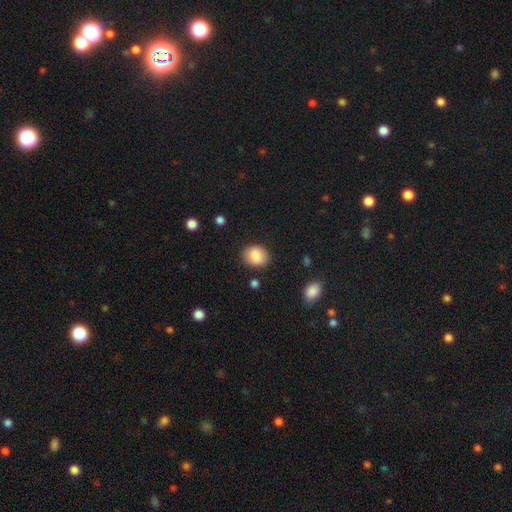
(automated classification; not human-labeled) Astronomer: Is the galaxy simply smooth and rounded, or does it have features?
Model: smooth — 84%.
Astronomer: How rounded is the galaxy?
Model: in between — 51% (runner-up: round, 48%).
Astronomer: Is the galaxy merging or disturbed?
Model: none — 83%.